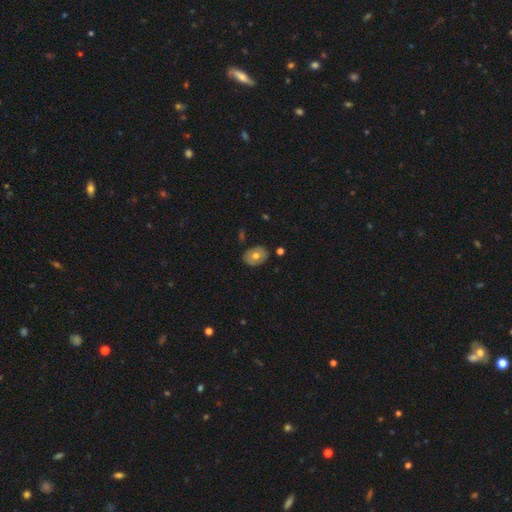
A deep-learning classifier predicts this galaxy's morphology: The model was most divided on "smooth or featured": smooth: 60%, featured or disk: 33%, star or artifact: 7%. More confident: merging — none (83%); how rounded — in between (73%).